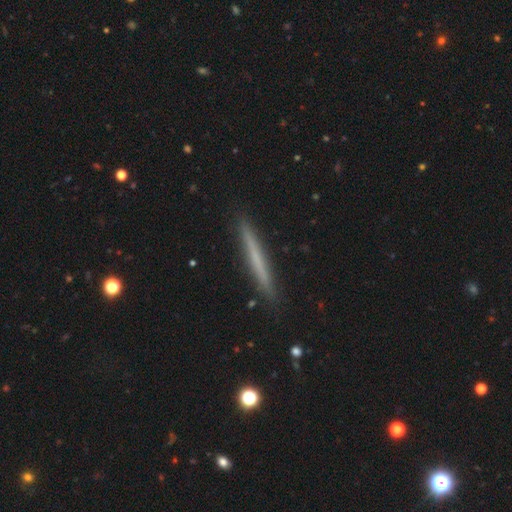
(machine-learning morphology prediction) Smooth or featured?
  - smooth: 53% *
  - featured or disk: 40%
  - star or artifact: 7%
How rounded?
  - cigar-shaped: 97% *
  - in between: 2%
  - round: 1%
Merging?
  - none: 91% *
  - minor disturbance: 7%
  - major disturbance: 1%
  - merger: 1%